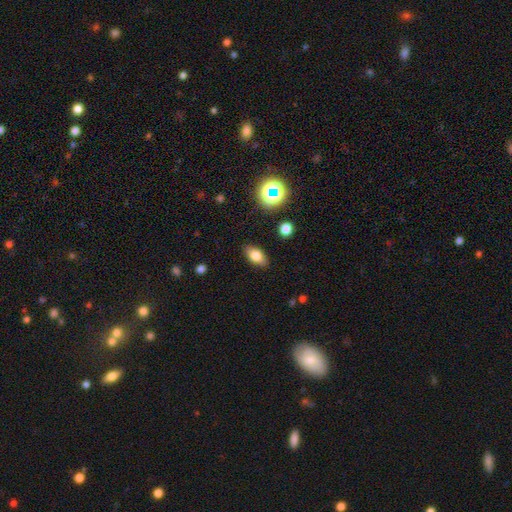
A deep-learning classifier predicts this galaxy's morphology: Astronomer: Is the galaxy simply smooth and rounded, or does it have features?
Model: smooth — 76%.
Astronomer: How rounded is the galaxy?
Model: in between — 86%.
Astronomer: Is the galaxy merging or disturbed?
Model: none — 87%.